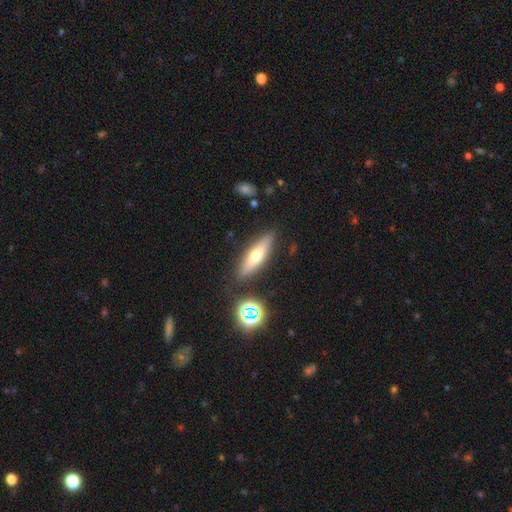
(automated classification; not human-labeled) Q: Smooth or featured?
A: smooth (52%); runner-up: featured or disk (39%)
Q: How rounded?
A: cigar-shaped (66%); runner-up: in between (31%)
Q: Merging?
A: none (85%); runner-up: minor disturbance (9%)